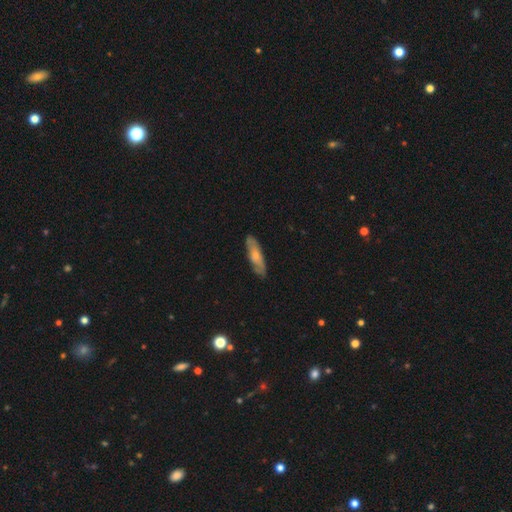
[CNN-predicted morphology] A smooth galaxy with no disk features (58%) that is cigar-shaped (64%). Merging: none (81%).